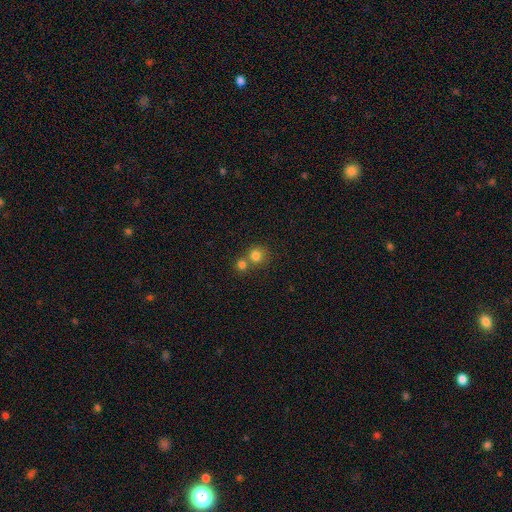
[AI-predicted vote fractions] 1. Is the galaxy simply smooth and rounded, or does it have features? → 80% smooth, 13% star or artifact, 8% featured or disk.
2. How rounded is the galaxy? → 89% round, 10% in between, 1% cigar-shaped.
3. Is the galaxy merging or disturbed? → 50% none, 41% merger, 6% minor disturbance, 3% major disturbance.